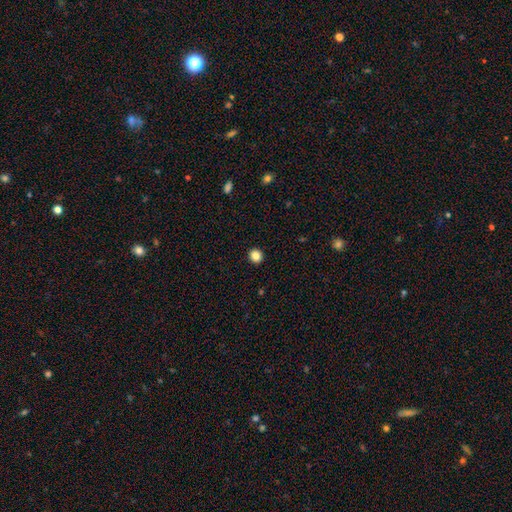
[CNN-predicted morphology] Smooth or featured? smooth (85%)
How rounded? round (86%)
Merging? none (93%)